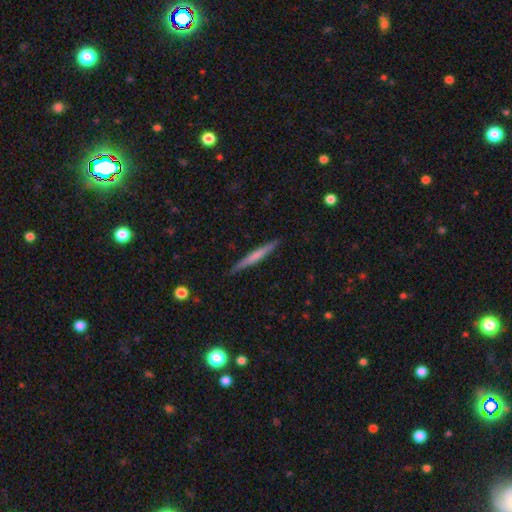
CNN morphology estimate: The model was most divided on "smooth or featured": smooth: 51%, featured or disk: 44%, star or artifact: 5%. More confident: how rounded — cigar-shaped (96%); merging — none (90%).